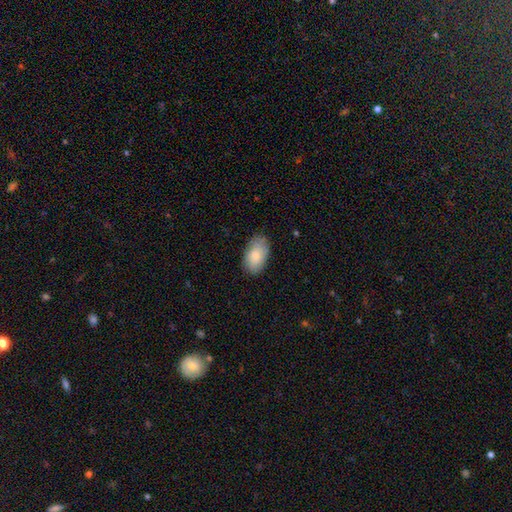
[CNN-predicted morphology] The model was most divided on "merging": none: 81%, minor disturbance: 15%, major disturbance: 3%, merger: 1%. More confident: how rounded — in between (94%); smooth or featured — smooth (83%).